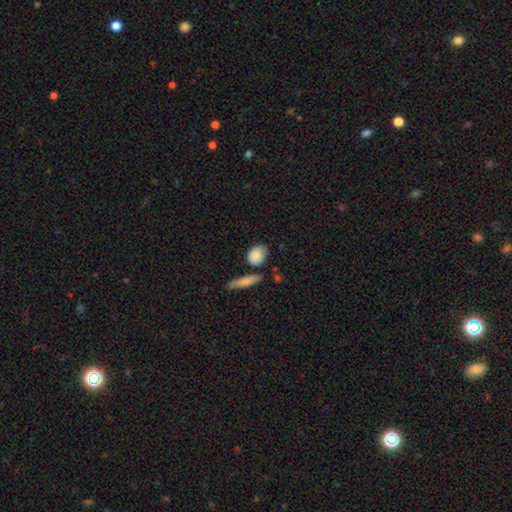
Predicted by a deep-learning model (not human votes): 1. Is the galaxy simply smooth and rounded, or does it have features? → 86% smooth, 8% featured or disk, 6% star or artifact.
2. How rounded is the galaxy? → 58% in between, 37% round, 6% cigar-shaped.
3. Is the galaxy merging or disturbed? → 70% none, 18% minor disturbance, 8% merger, 4% major disturbance.